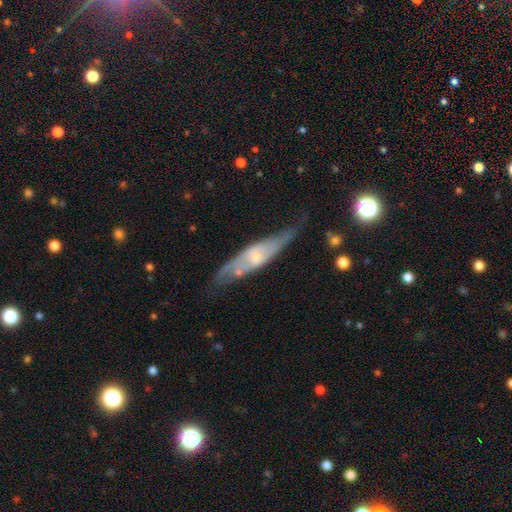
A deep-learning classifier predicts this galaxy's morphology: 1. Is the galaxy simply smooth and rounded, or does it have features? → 59% featured or disk, 35% smooth, 6% star or artifact.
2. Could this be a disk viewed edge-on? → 58% yes, 42% no.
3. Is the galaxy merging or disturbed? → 54% none, 29% minor disturbance, 12% major disturbance, 5% merger.